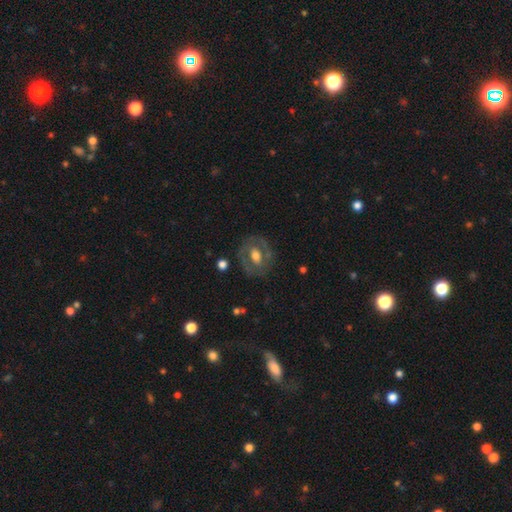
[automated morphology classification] smooth_or_featured: featured or disk (p=0.59) [alt: smooth p=0.35]
disk_edge_on: no (p=0.95) [alt: yes p=0.05]
bar: no (p=0.51) [alt: weak p=0.34]
has_spiral_arms: no (p=0.62) [alt: yes p=0.38]
bulge_size: moderate (p=0.61) [alt: large p=0.25]
merging: none (p=0.75) [alt: minor disturbance p=0.15]